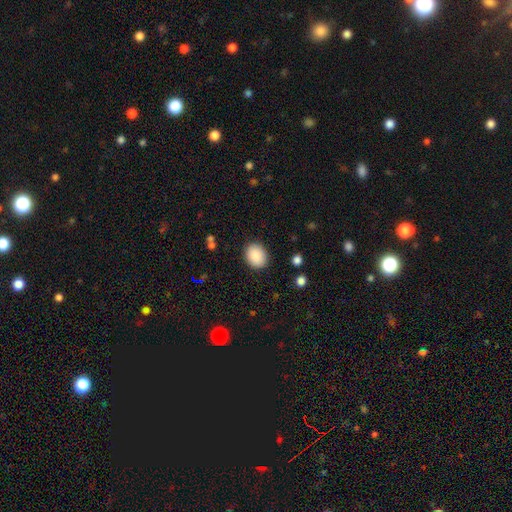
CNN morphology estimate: Overall: smooth (89%). How rounded: round (52%; in between 47%). Merging: none (88%).